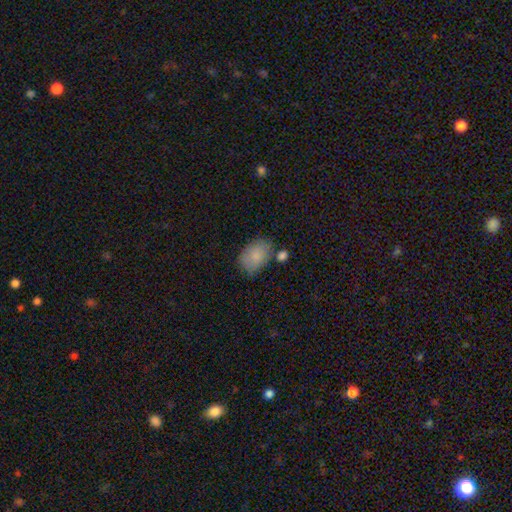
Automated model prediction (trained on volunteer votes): smooth-or-featured: smooth: 84% | featured or disk: 8% | star or artifact: 7%
  how-rounded: in between: 84% | round: 15% | cigar-shaped: 1%
  merging: none: 62% | minor disturbance: 22% | merger: 10% | major disturbance: 6%